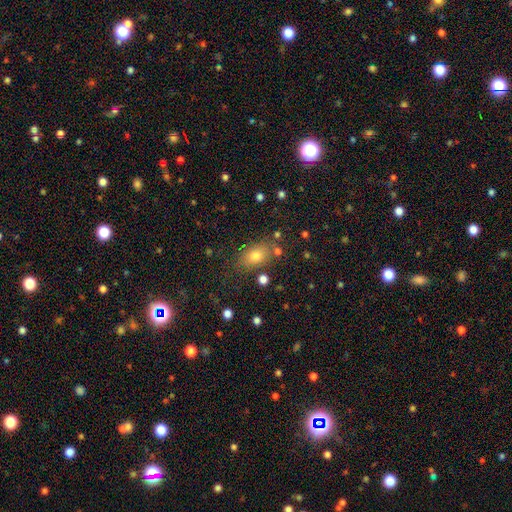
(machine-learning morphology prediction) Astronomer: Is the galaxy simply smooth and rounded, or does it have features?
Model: smooth — 74%.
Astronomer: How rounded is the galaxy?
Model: in between — 79%.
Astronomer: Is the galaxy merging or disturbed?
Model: none — 76%.